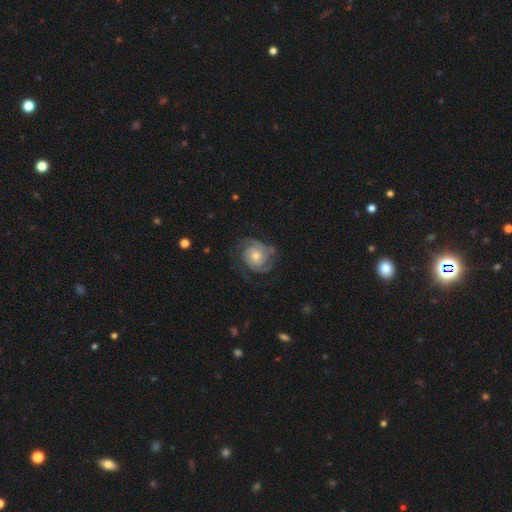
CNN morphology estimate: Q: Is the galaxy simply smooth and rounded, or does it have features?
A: featured or disk — 83%.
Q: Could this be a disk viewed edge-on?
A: no — 98%.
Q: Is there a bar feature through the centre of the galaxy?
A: no — 77%.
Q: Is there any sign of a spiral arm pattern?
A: yes — 96%.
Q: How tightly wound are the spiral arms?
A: tight — 62%.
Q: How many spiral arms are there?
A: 2 — 36%.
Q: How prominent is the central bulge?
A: moderate — 59%.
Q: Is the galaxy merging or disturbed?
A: none — 67%.